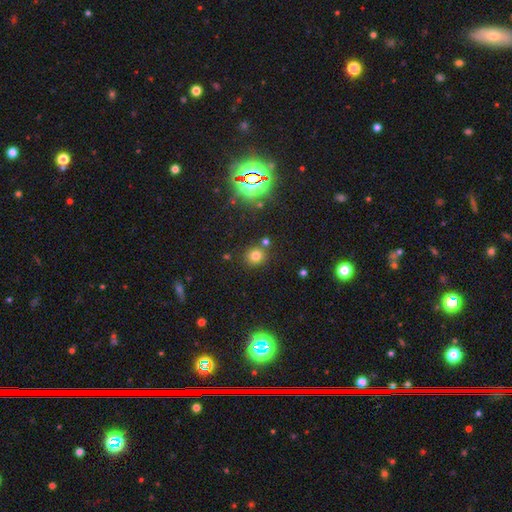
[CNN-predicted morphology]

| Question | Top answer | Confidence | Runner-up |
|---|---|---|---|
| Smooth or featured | smooth | 73% | star or artifact (20%) |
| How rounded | round | 86% | in between (13%) |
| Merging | none | 79% | merger (10%) |